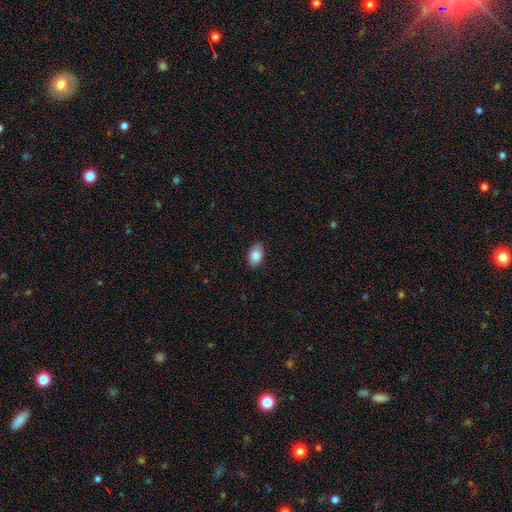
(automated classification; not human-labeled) This is clearly a smooth galaxy (88%). How rounded: clearly in between (92%). Merging: clearly none (86%).